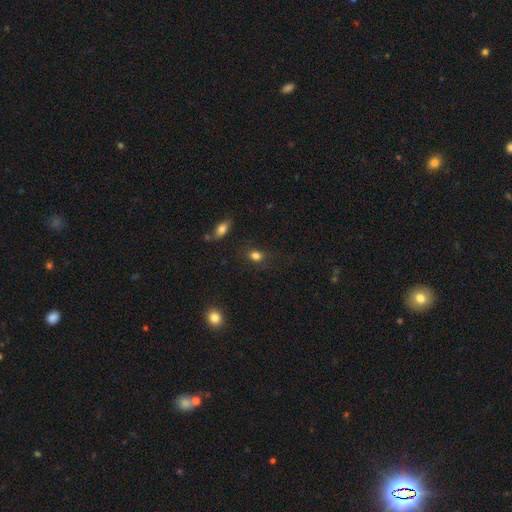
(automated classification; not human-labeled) Smooth or featured? Predicted: smooth (p=0.82). How rounded? Predicted: in between (p=0.57). Merging? Predicted: none (p=0.77).